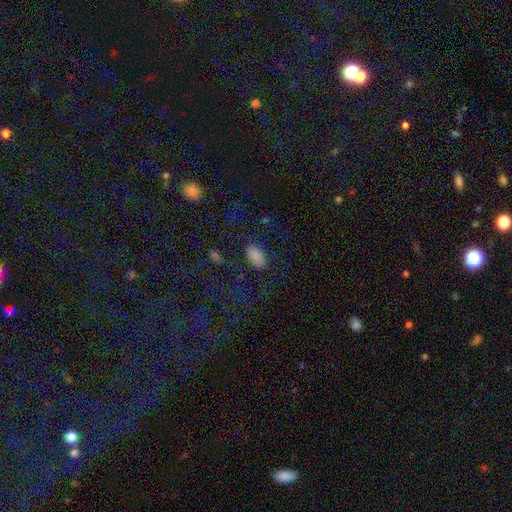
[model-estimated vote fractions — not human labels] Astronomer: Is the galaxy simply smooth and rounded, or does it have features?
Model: smooth — 85%.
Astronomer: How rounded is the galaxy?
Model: in between — 94%.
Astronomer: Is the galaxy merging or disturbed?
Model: none — 85%.